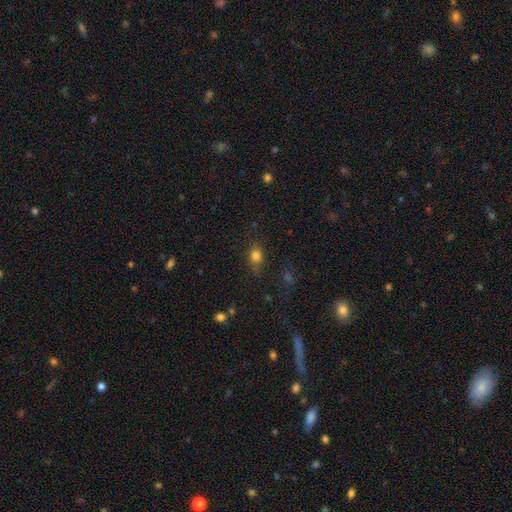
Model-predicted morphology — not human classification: Smooth or featured: smooth — 78% (star or artifact — 14%)
How rounded: in between — 56% (round — 41%)
Merging: none — 74% (minor disturbance — 18%)